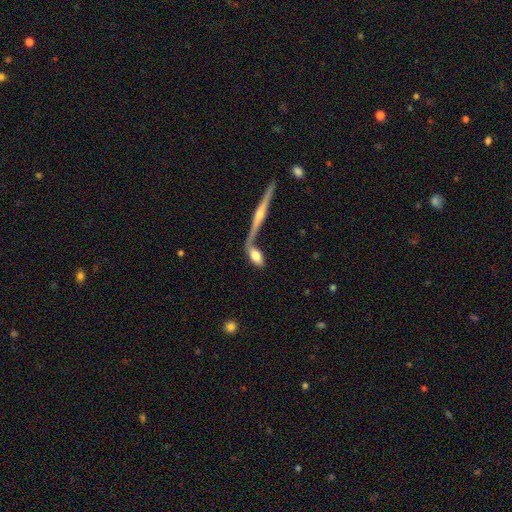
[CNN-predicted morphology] Smooth or featured: smooth — 67% (featured or disk — 26%)
How rounded: in between — 82% (cigar-shaped — 13%)
Merging: none — 45% (merger — 36%)